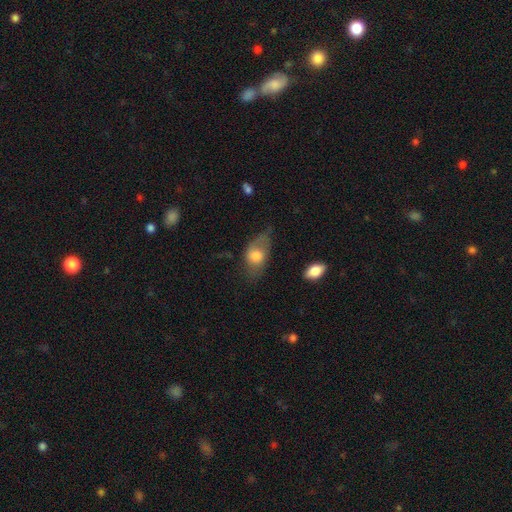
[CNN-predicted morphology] A smooth galaxy with no disk features (64%) that is in between round and cigar-shaped (84%).

Vote fractions:
- Smooth or featured? smooth: 64% / featured or disk: 28% / star or artifact: 7%
- How rounded? in between: 84% / round: 13% / cigar-shaped: 4%
- Merging? none: 41% / minor disturbance: 32% / major disturbance: 24% / merger: 3%